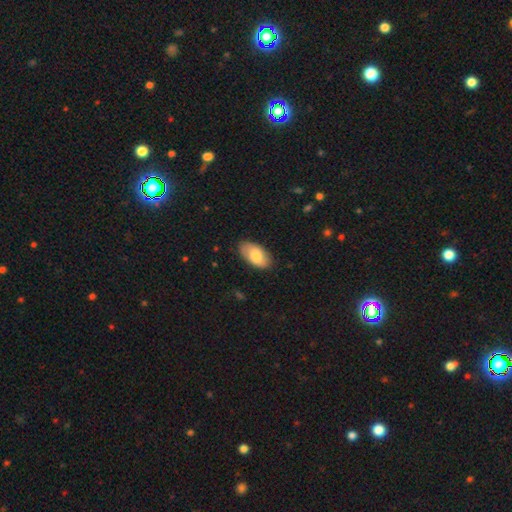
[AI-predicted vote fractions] This is likely a smooth galaxy (78%). How rounded: clearly in between (95%). Merging: clearly none (82%).